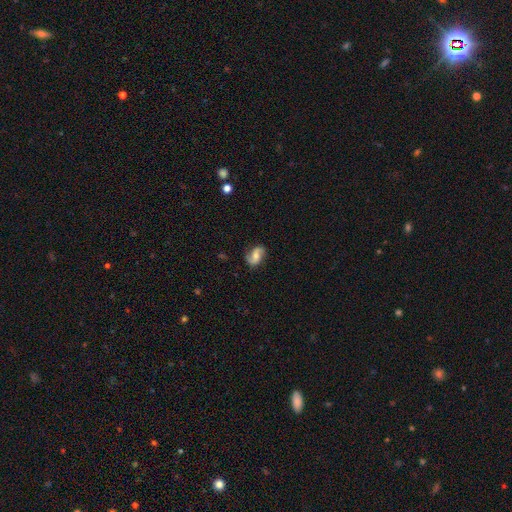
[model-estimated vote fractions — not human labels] Smooth or featured? featured or disk (71%)
Edge-on disk? no (97%)
Bar? no (49%)
Spiral arms? yes (94%)
Spiral winding? loose (50%)
Spiral arm count? 2 (90%)
Bulge size? moderate (57%)
Merging? none (76%)